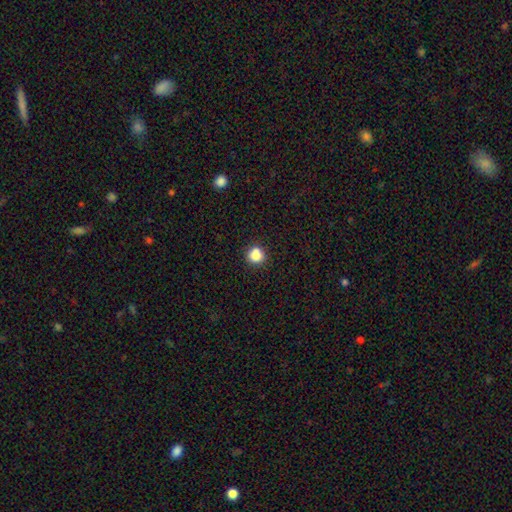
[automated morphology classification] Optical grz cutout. It shows a smooth galaxy with no disk features (83%) that is round (88%). Merging: none (76%).